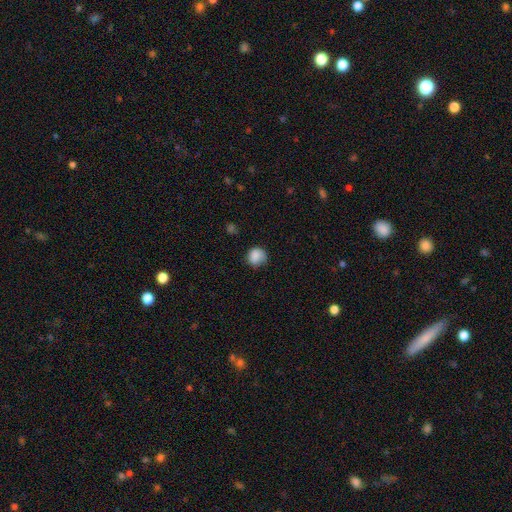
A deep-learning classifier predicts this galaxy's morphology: Smooth or featured? smooth (84%)
How rounded? round (83%)
Merging? none (71%)